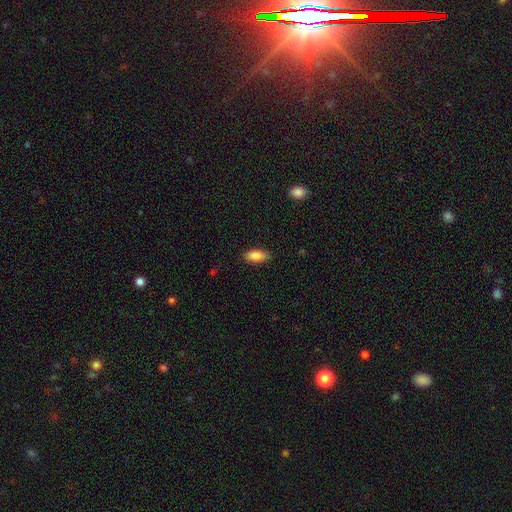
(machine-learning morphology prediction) Smooth or featured?
  - smooth: 87% *
  - star or artifact: 7%
  - featured or disk: 6%
How rounded?
  - in between: 86% *
  - cigar-shaped: 12%
  - round: 2%
Merging?
  - none: 82% *
  - minor disturbance: 14%
  - major disturbance: 3%
  - merger: 1%